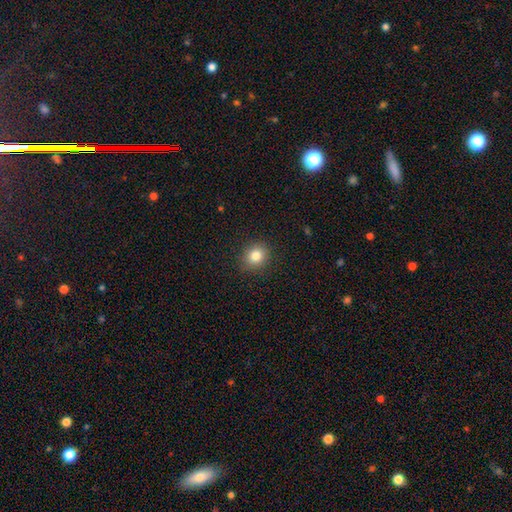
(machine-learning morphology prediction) type=smooth (82%); roundness=round (78%); merging=none (89%).